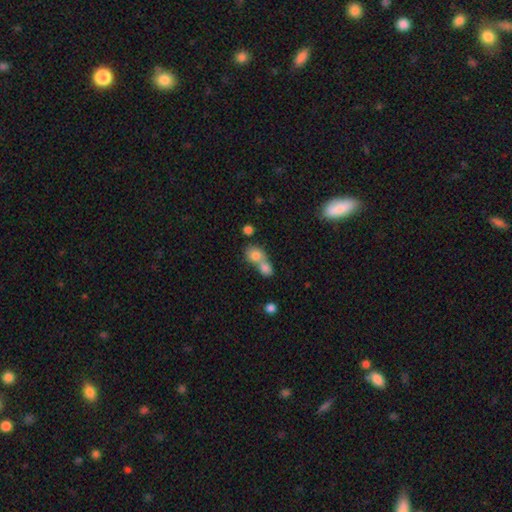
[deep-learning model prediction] A smooth galaxy with no disk features (78%) that is round (61%).

Vote fractions:
- Smooth or featured? smooth: 78% / featured or disk: 12% / star or artifact: 10%
- How rounded? round: 61% / in between: 37% / cigar-shaped: 2%
- Merging? merger: 67% / none: 24% / minor disturbance: 6% / major disturbance: 3%